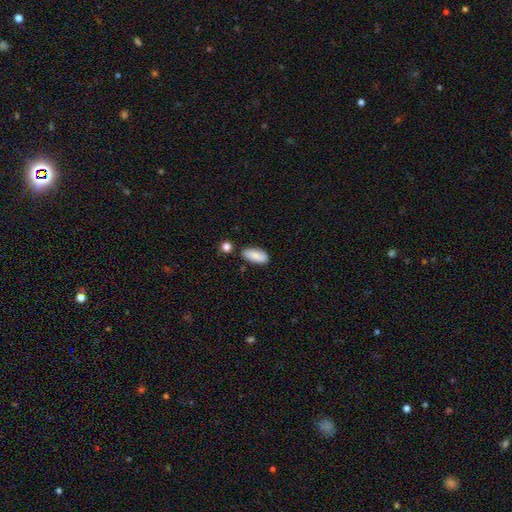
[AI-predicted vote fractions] Morphology: type=smooth (85%); roundness=in between (89%); merging=none (80%).